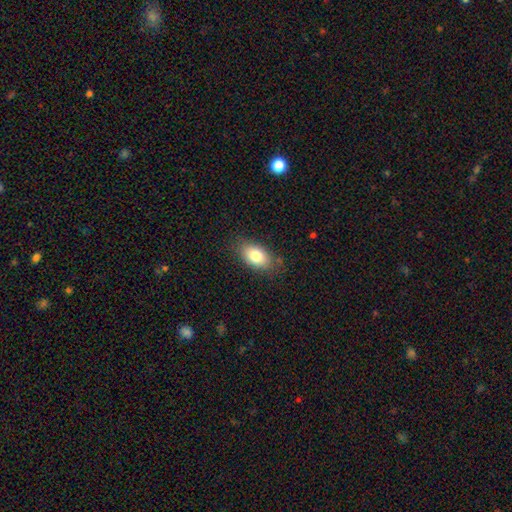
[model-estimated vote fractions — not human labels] This is clearly a smooth galaxy (81%). How rounded: clearly in between (89%). Merging: clearly none (80%).